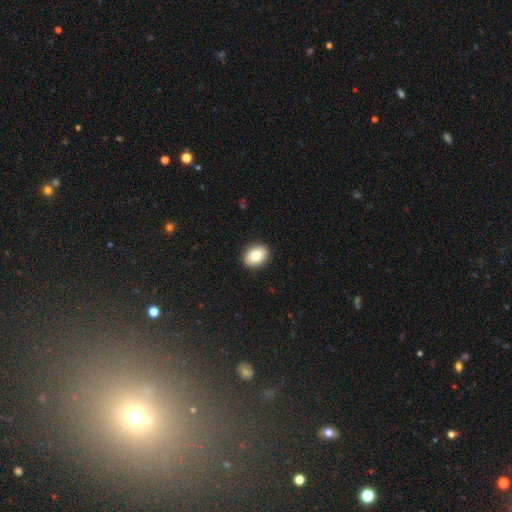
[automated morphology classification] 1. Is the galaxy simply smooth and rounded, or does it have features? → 84% smooth, 9% featured or disk, 8% star or artifact.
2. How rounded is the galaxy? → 63% in between, 36% round, 1% cigar-shaped.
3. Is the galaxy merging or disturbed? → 91% none, 6% minor disturbance, 2% major disturbance, 1% merger.